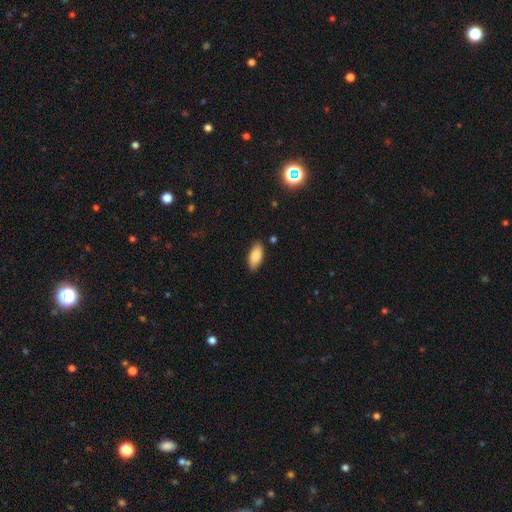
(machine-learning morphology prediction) Smooth or featured?
  - smooth: 86% *
  - featured or disk: 8%
  - star or artifact: 7%
How rounded?
  - in between: 87% *
  - cigar-shaped: 11%
  - round: 2%
Merging?
  - none: 86% *
  - minor disturbance: 10%
  - major disturbance: 2%
  - merger: 1%